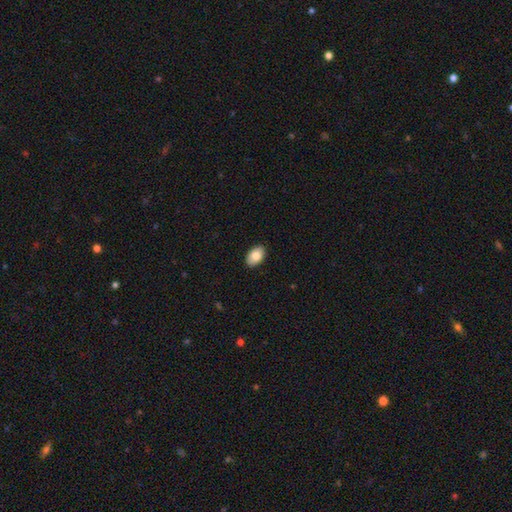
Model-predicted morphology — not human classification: Smooth or featured? Predicted: smooth (p=0.81). How rounded? Predicted: in between (p=0.91). Merging? Predicted: none (p=0.89).